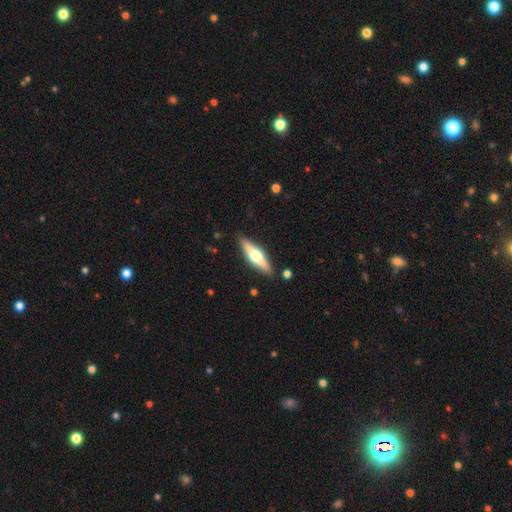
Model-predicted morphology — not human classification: This appears to be a featured or disk galaxy (61%) viewed edge-on (95%) with a rounded central bulge (95%). Merging: none (89%).